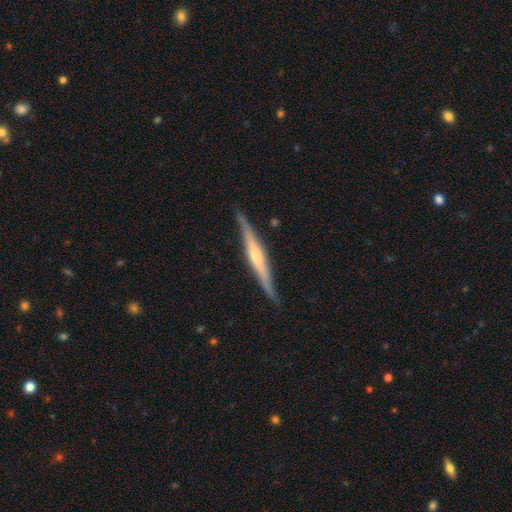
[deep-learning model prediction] Smooth or featured? featured or disk (80%)
Edge-on disk? yes (98%)
Edge-on bulge? rounded (71%)
Merging? none (88%)